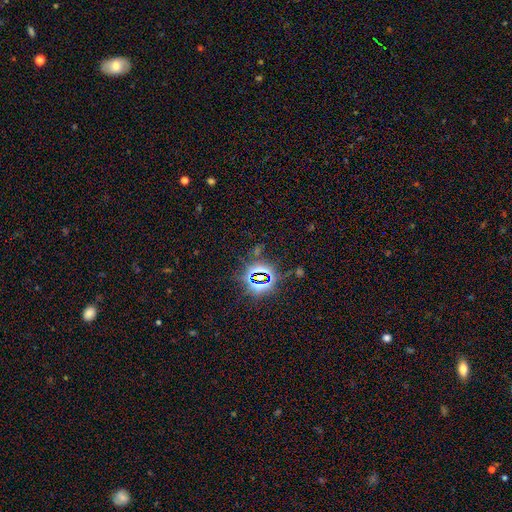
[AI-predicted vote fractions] This appears to be a star or artifact, not a galaxy (82%).